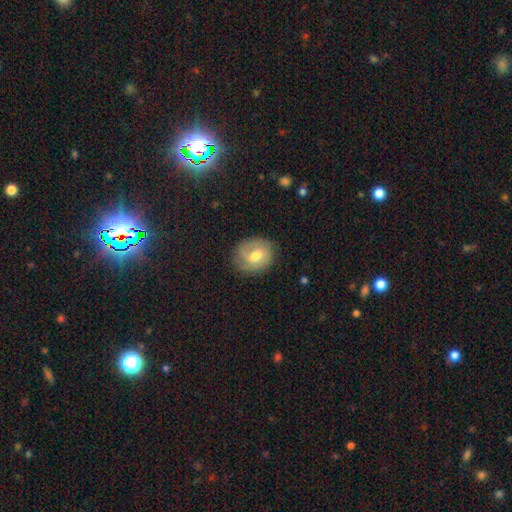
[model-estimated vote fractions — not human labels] A featured or disk galaxy (52%). Merging: none (78%).